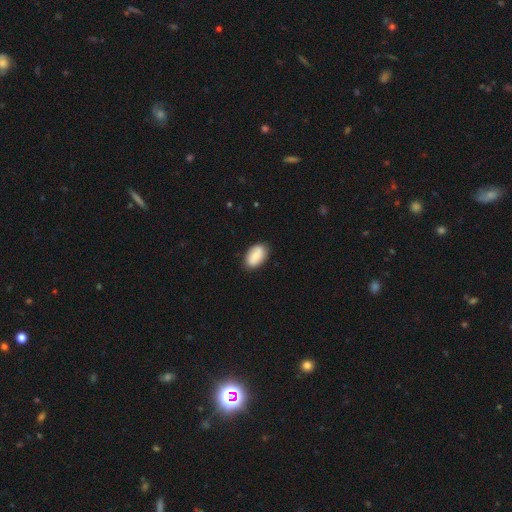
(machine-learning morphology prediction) type=smooth (85%); roundness=in between (93%); merging=none (84%).